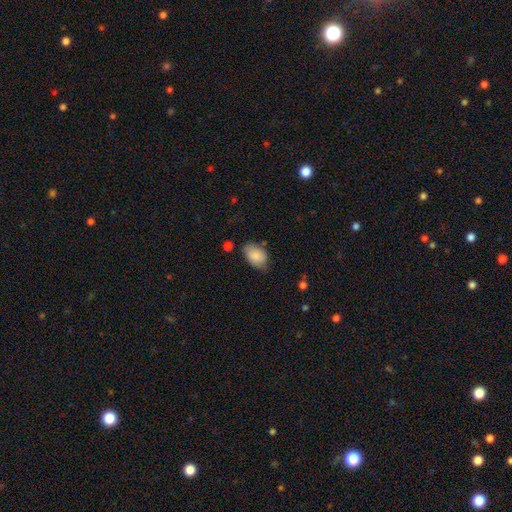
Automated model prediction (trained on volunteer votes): This is clearly a smooth galaxy (85%). How rounded: clearly in between (89%). Merging: likely none (65%).